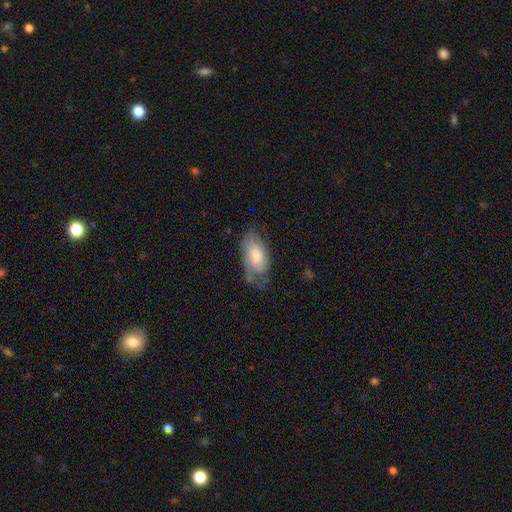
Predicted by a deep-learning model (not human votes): Overall: featured or disk (49%; smooth 45%). Merging: none (48%; minor disturbance 30%).